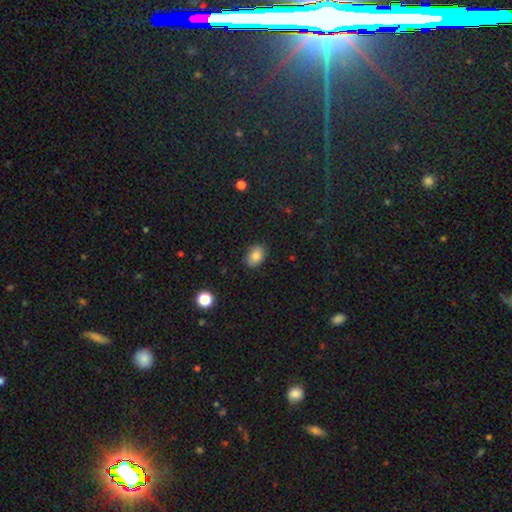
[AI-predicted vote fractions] Smooth or featured? smooth (83%)
How rounded? in between (74%)
Merging? none (82%)